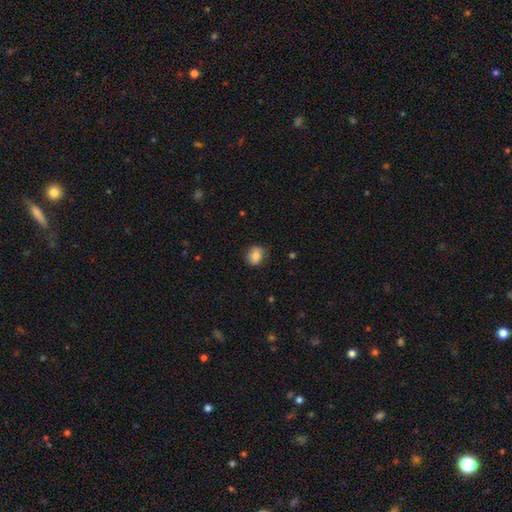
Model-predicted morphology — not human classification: Smooth or featured? Predicted: smooth (p=0.77). How rounded? Predicted: round (p=0.58). Merging? Predicted: none (p=0.78).